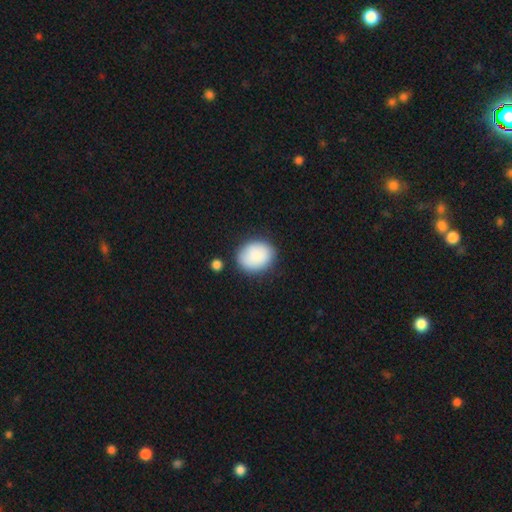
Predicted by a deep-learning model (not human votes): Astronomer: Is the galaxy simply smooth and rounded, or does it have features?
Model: smooth — 88%.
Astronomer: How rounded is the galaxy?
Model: round — 56% (runner-up: in between, 43%).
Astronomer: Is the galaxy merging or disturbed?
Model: none — 80%.